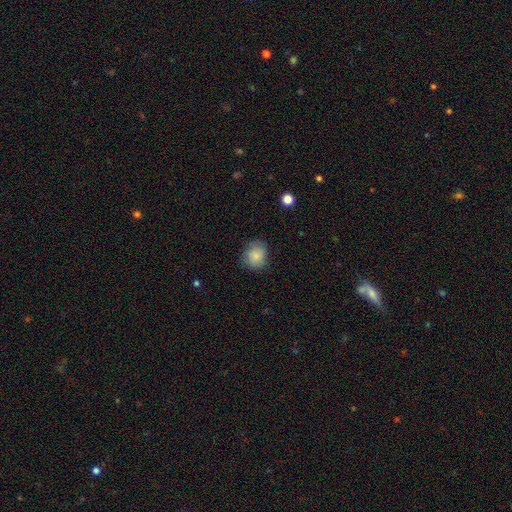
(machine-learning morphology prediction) Smooth or featured?
  - smooth: 82% *
  - featured or disk: 10%
  - star or artifact: 8%
How rounded?
  - round: 73% *
  - in between: 26%
  - cigar-shaped: 1%
Merging?
  - none: 75% *
  - minor disturbance: 19%
  - major disturbance: 5%
  - merger: 1%